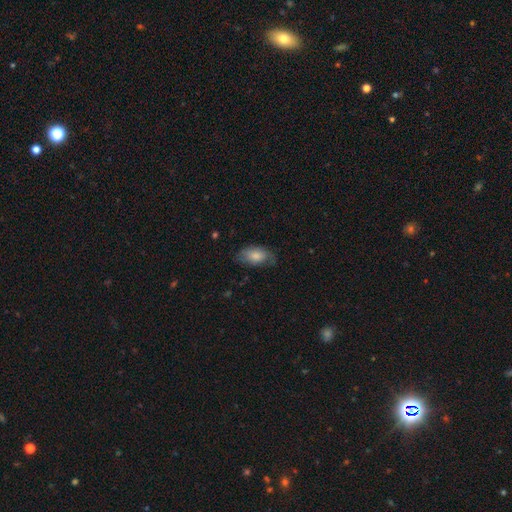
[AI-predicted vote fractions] Morphology: type=smooth (75%); roundness=in between (92%); merging=none (64%).